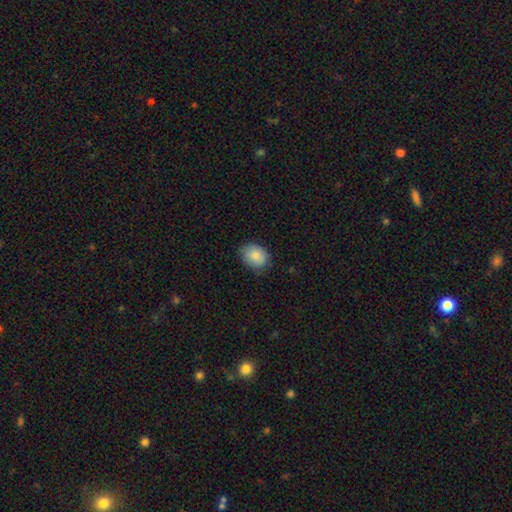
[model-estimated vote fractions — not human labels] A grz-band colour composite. It shows a smooth galaxy with no disk features (84%) that is in between round and cigar-shaped (59%). Merging: none (76%).